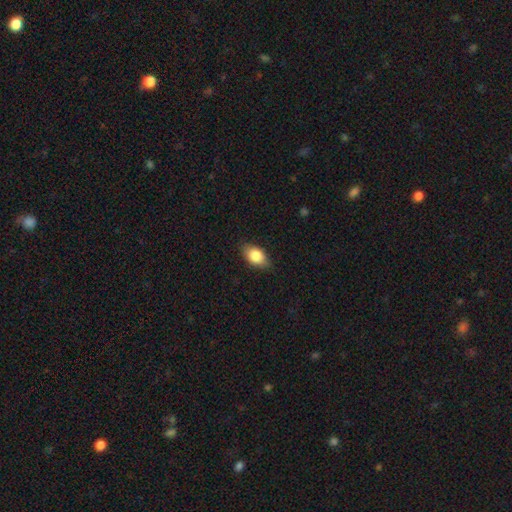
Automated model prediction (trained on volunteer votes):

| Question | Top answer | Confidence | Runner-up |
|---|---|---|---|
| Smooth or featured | smooth | 83% | featured or disk (9%) |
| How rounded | in between | 87% | round (10%) |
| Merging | none | 82% | minor disturbance (14%) |